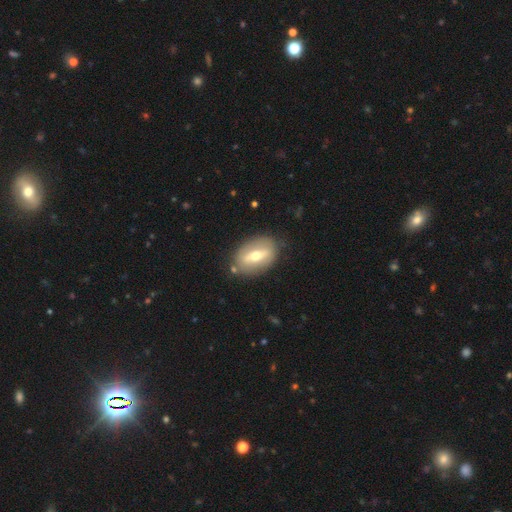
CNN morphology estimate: Q: Smooth or featured?
A: featured or disk (55%); runner-up: smooth (38%)
Q: Edge-on disk?
A: no (77%); runner-up: yes (23%)
Q: Merging?
A: none (81%); runner-up: minor disturbance (12%)